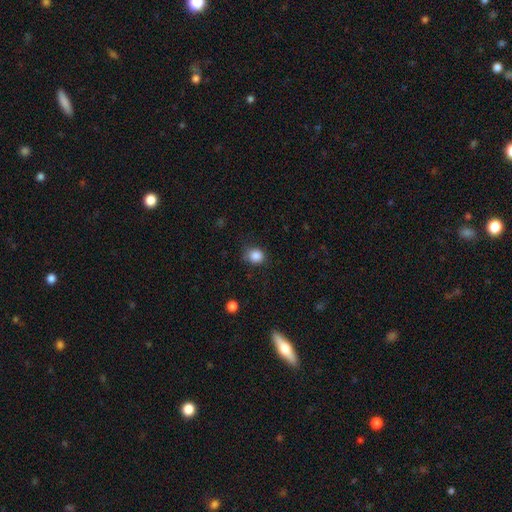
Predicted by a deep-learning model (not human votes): Smooth or featured: smooth — 86% (star or artifact — 11%)
How rounded: round — 74% (in between — 25%)
Merging: none — 76% (minor disturbance — 18%)